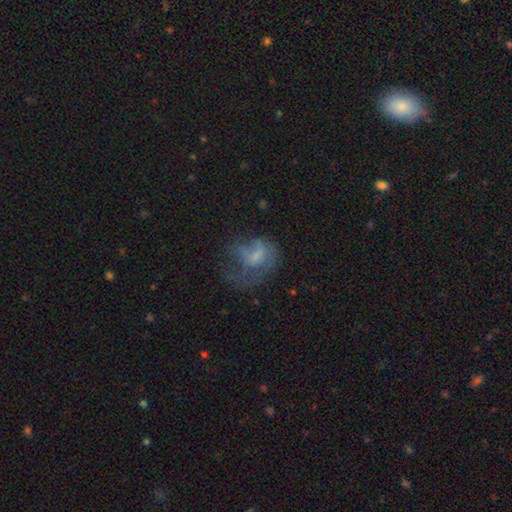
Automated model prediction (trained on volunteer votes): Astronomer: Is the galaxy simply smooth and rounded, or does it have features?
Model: smooth — 44% (runner-up: featured or disk, 42%).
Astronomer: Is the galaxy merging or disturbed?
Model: major disturbance — 52%.